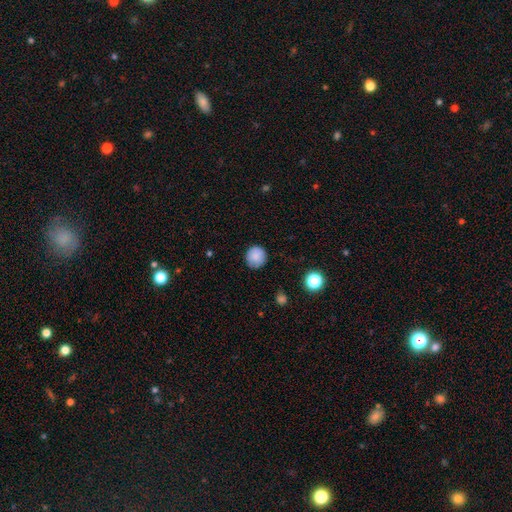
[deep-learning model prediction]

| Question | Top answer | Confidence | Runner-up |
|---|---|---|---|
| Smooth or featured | smooth | 85% | star or artifact (9%) |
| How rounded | round | 93% | in between (6%) |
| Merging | none | 85% | minor disturbance (12%) |